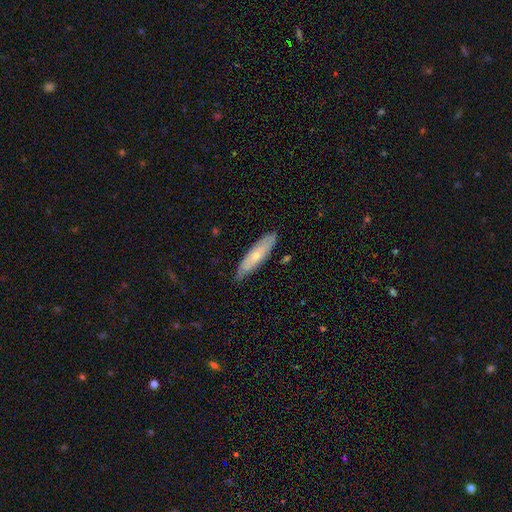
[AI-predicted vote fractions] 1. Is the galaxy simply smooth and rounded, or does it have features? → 57% smooth, 37% featured or disk, 6% star or artifact.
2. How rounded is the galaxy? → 69% cigar-shaped, 29% in between, 2% round.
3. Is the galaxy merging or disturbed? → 80% none, 17% minor disturbance, 2% major disturbance, 1% merger.